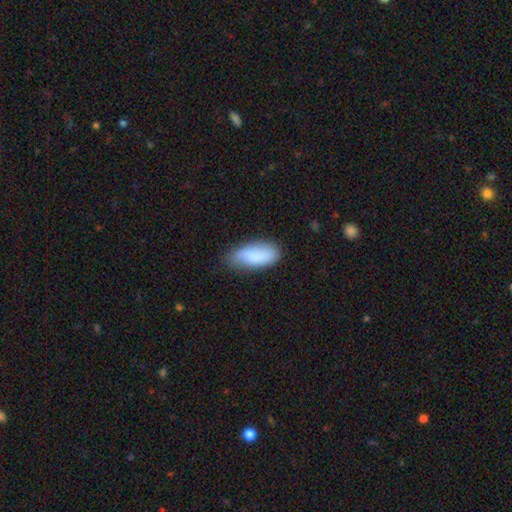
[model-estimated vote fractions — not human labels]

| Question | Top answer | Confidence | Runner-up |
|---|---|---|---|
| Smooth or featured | smooth | 80% | featured or disk (14%) |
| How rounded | in between | 85% | cigar-shaped (13%) |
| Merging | none | 70% | minor disturbance (24%) |